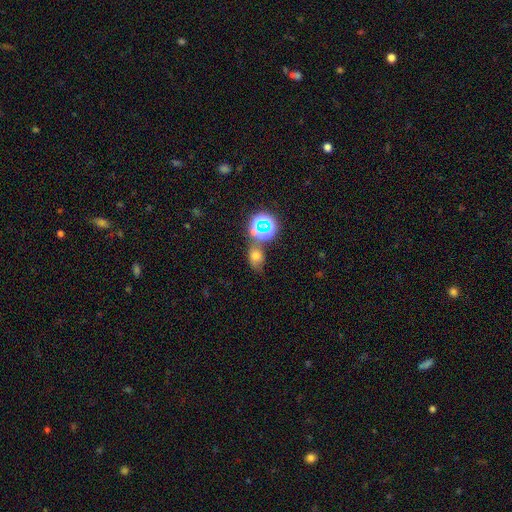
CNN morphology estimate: Q: Smooth or featured?
A: smooth (59%); runner-up: star or artifact (28%)
Q: How rounded?
A: in between (64%); runner-up: round (34%)
Q: Merging?
A: none (54%); runner-up: minor disturbance (19%)